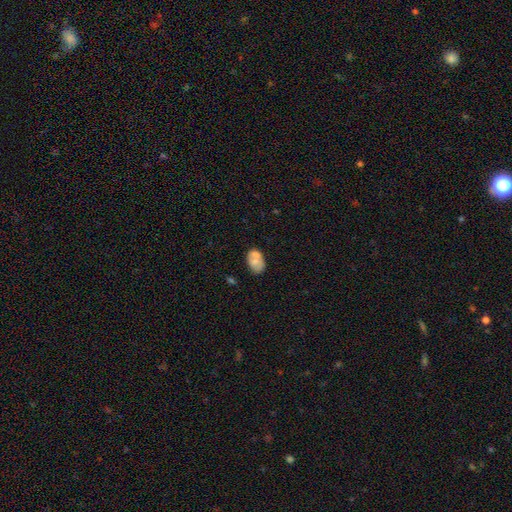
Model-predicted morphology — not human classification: smooth-or-featured: smooth: 61% | featured or disk: 30% | star or artifact: 9%
  how-rounded: in between: 85% | round: 13% | cigar-shaped: 2%
  merging: none: 53% | merger: 21% | minor disturbance: 19% | major disturbance: 7%